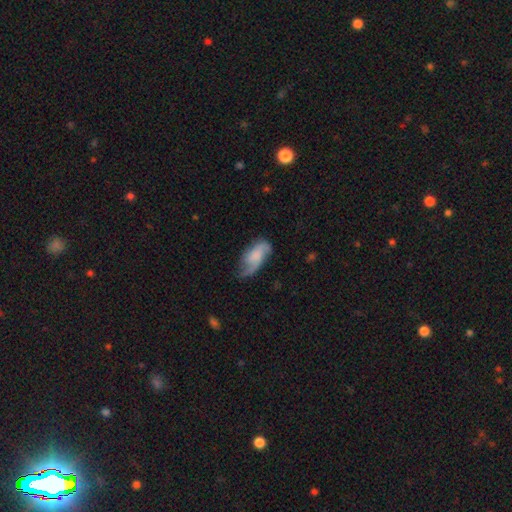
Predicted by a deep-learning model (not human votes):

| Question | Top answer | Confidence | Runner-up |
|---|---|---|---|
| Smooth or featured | featured or disk | 55% | smooth (37%) |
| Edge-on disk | no | 93% | yes (7%) |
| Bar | no | 66% | weak (29%) |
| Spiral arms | yes | 88% | no (12%) |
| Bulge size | none | 43% | small (23%) |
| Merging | none | 49% | minor disturbance (29%) |